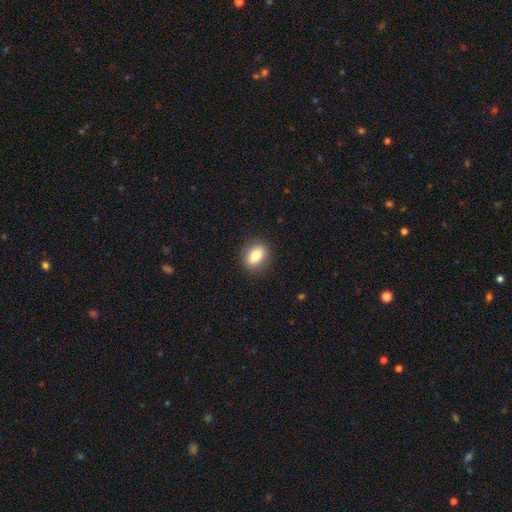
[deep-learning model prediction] Smooth or featured? smooth (80%)
How rounded? in between (68%)
Merging? none (88%)